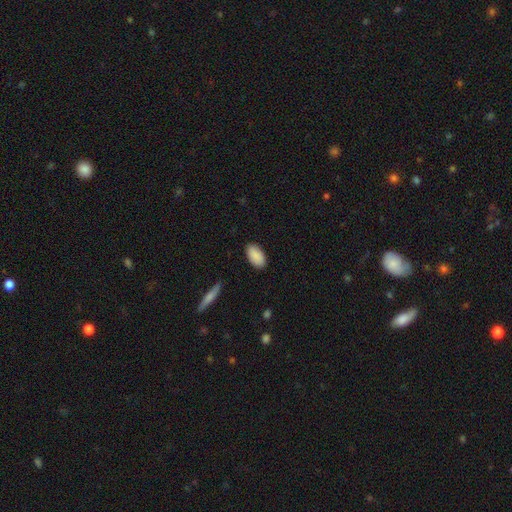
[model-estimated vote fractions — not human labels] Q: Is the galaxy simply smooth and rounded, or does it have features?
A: smooth — 90%.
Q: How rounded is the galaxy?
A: in between — 95%.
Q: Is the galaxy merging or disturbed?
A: none — 88%.